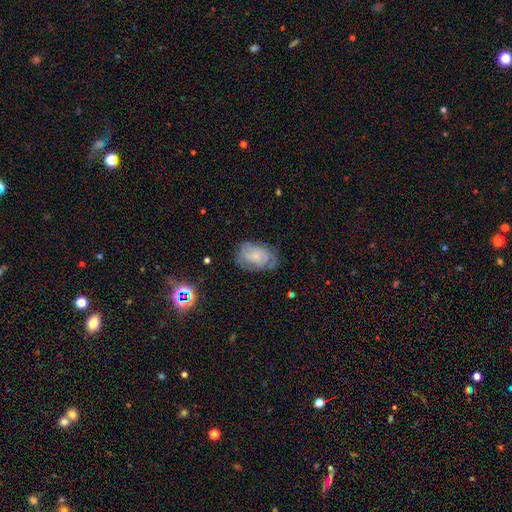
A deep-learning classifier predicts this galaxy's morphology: Smooth or featured? featured or disk (66%)
Edge-on disk? no (97%)
Bar? no (70%)
Spiral arms? yes (86%)
Spiral winding? tight (54%)
Spiral arm count? can't tell (40%)
Bulge size? small (64%)
Merging? none (66%)